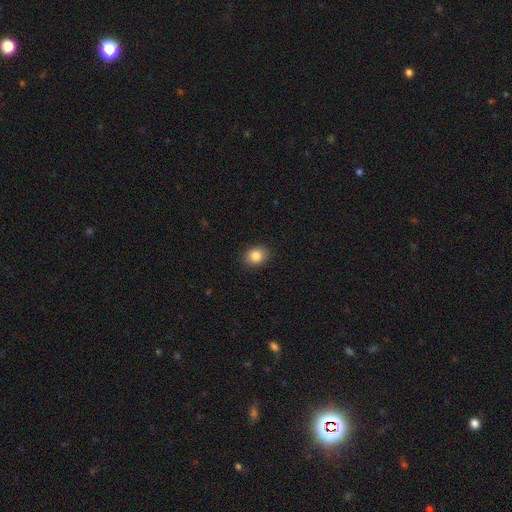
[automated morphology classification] This appears to be a smooth galaxy with no disk features (85%) that is in between round and cigar-shaped (55%). Merging: none (89%).